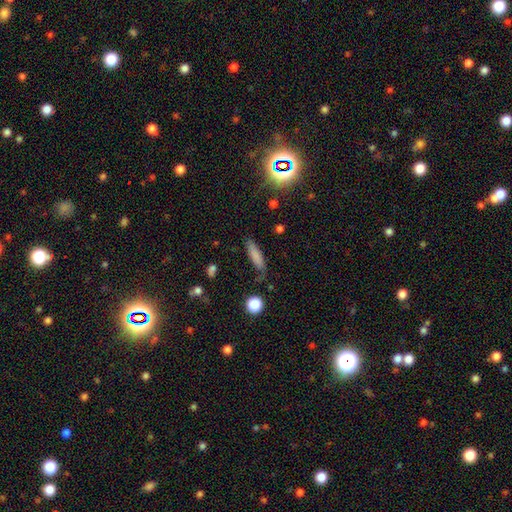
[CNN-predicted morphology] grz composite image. It shows a smooth galaxy with no disk features (77%) that is cigar-shaped (65%). Merging: none (64%).